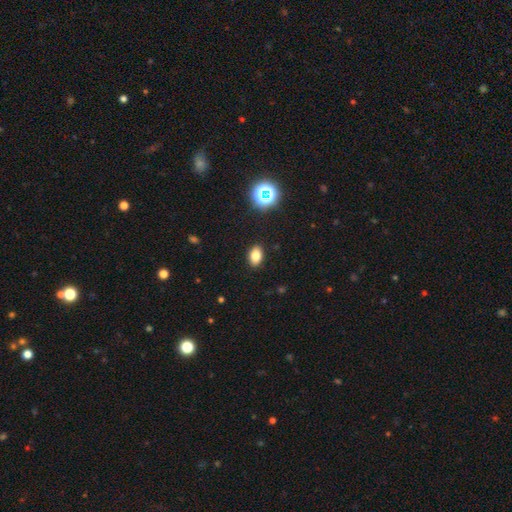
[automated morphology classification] This is likely a smooth galaxy (79%). How rounded: clearly in between (84%). Merging: clearly none (89%).